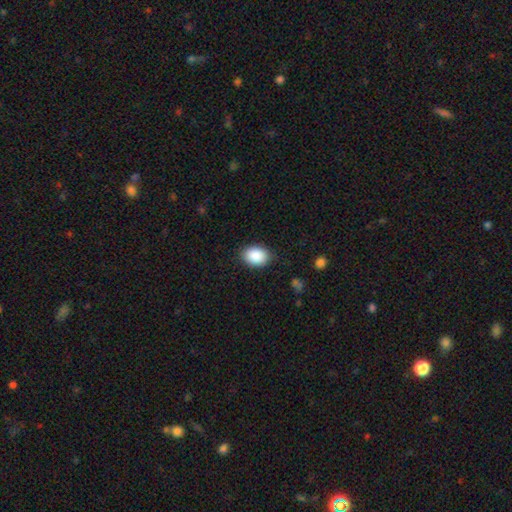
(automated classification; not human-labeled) Smooth or featured? Predicted: smooth (p=0.89). How rounded? Predicted: in between (p=0.75). Merging? Predicted: none (p=0.86).